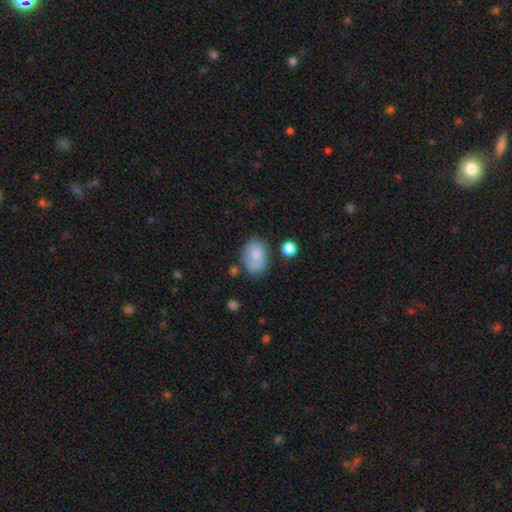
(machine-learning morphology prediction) This is clearly a smooth galaxy (81%). How rounded: clearly in between (81%). Merging: likely none (60%).